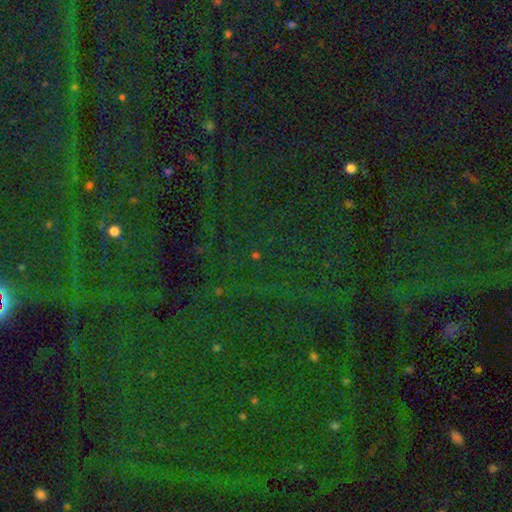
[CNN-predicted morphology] Smooth or featured: star or artifact — 76% (smooth — 16%)